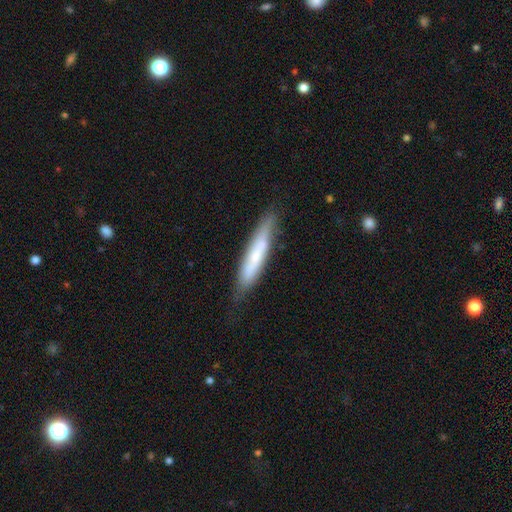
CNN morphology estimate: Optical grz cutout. It shows a smooth galaxy with no disk features (54%) that is cigar-shaped (88%). Merging: none (70%).